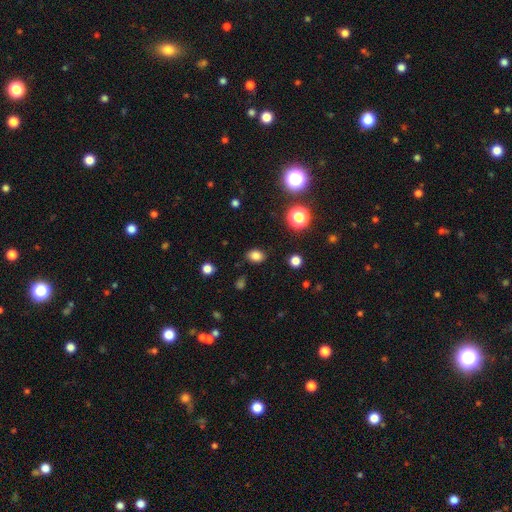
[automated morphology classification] Q: Smooth or featured?
A: smooth (81%); runner-up: star or artifact (14%)
Q: How rounded?
A: in between (63%); runner-up: round (36%)
Q: Merging?
A: none (85%); runner-up: minor disturbance (11%)